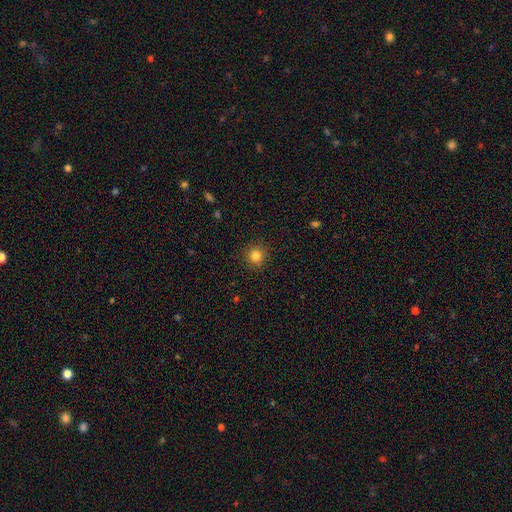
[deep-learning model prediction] Smooth or featured: smooth — 83% (star or artifact — 12%)
How rounded: round — 92% (in between — 7%)
Merging: none — 91% (minor disturbance — 6%)